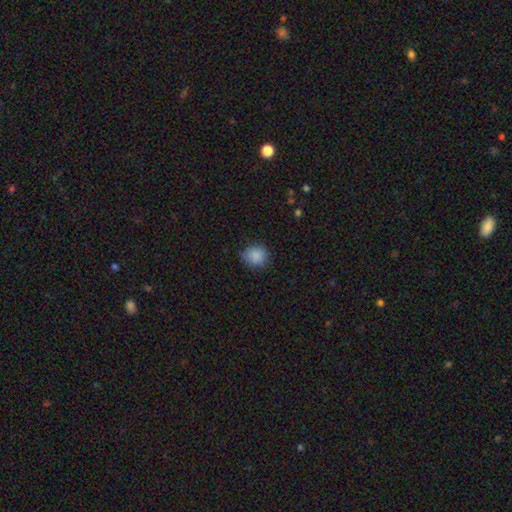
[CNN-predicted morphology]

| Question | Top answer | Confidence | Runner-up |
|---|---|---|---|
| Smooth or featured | smooth | 87% | star or artifact (9%) |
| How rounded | round | 79% | in between (20%) |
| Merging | none | 84% | minor disturbance (12%) |